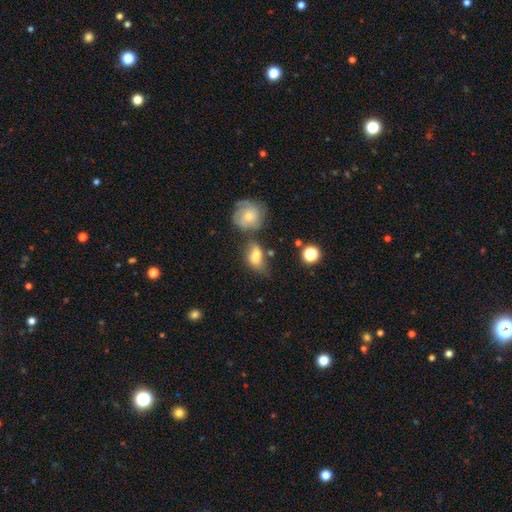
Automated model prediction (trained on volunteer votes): Smooth or featured? smooth (71%)
How rounded? in between (78%)
Merging? none (36%)